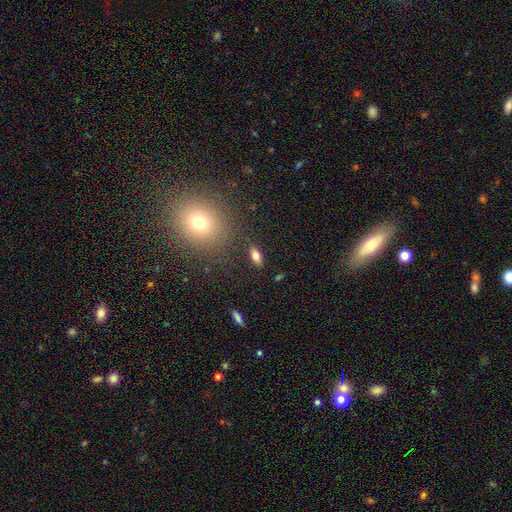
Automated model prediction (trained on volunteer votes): Smooth or featured?
  - smooth: 75% *
  - featured or disk: 15%
  - star or artifact: 10%
How rounded?
  - in between: 82% *
  - cigar-shaped: 13%
  - round: 5%
Merging?
  - none: 86% *
  - minor disturbance: 9%
  - major disturbance: 3%
  - merger: 2%